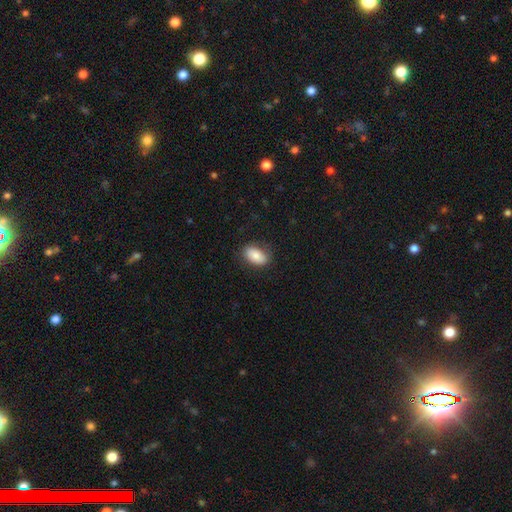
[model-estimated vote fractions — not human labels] This is clearly a smooth galaxy (83%). How rounded: clearly in between (91%). Merging: likely none (79%).